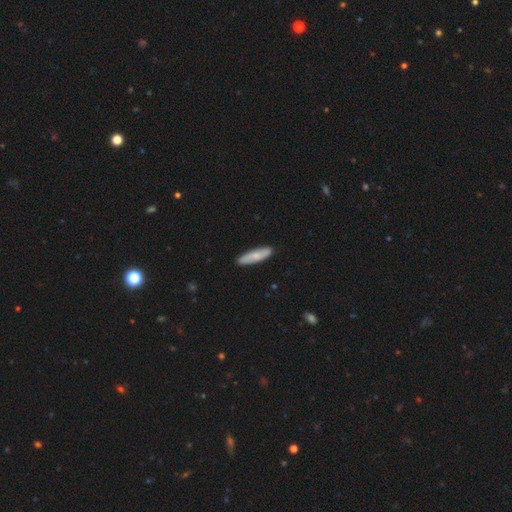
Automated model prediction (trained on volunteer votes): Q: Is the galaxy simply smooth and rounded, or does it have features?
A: smooth — 71%.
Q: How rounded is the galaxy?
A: cigar-shaped — 71%.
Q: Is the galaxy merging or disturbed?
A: none — 88%.